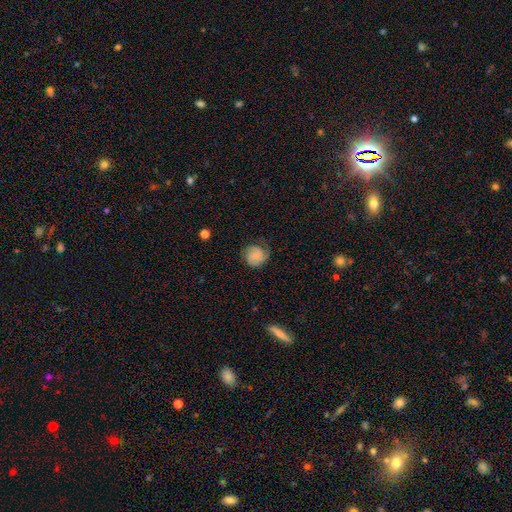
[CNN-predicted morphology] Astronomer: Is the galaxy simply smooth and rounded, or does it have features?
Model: featured or disk — 50% (runner-up: smooth, 41%).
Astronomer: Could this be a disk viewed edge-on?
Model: no — 98%.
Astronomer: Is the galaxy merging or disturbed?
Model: none — 64%.